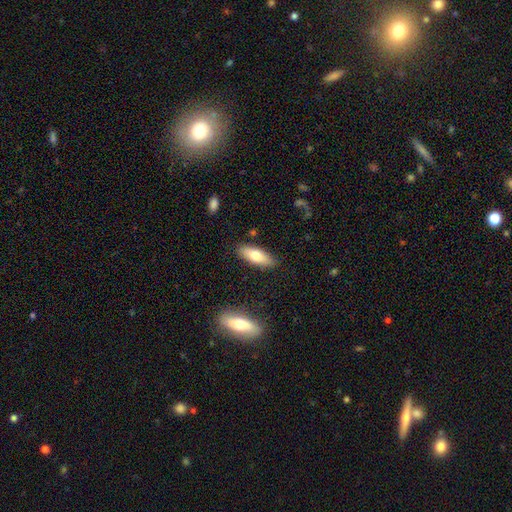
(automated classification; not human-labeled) Smooth or featured? Predicted: smooth (p=0.70). How rounded? Predicted: in between (p=0.68). Merging? Predicted: none (p=0.87).